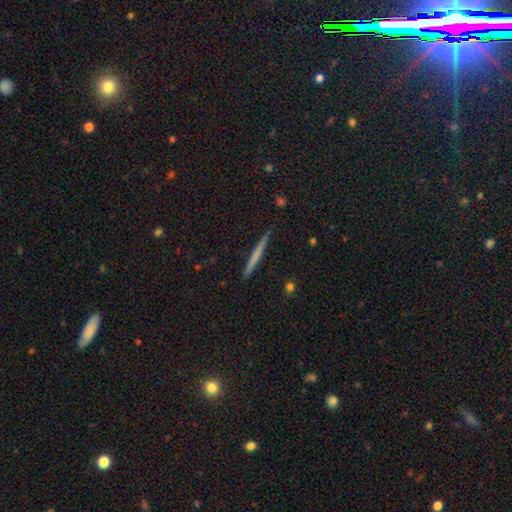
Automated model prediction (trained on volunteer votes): A smooth galaxy with no disk features (57%) that is cigar-shaped (97%).

Vote fractions:
- Smooth or featured? smooth: 57% / featured or disk: 37% / star or artifact: 6%
- How rounded? cigar-shaped: 97% / in between: 2% / round: 1%
- Merging? none: 90% / minor disturbance: 7% / major disturbance: 1% / merger: 1%